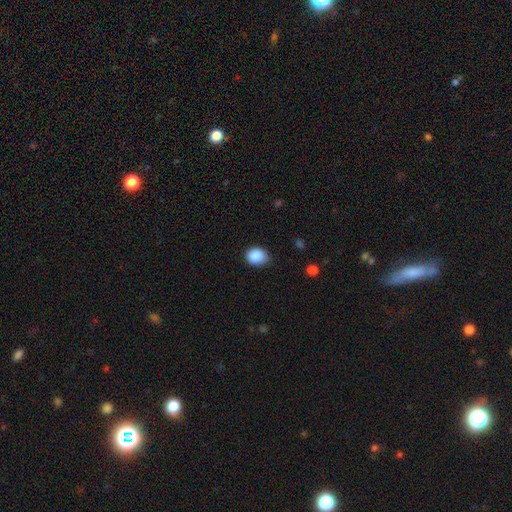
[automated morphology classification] smooth 87%, star or artifact 9%, featured or disk 4%. Down the decision tree: how rounded — round (58%); merging — none (70%).